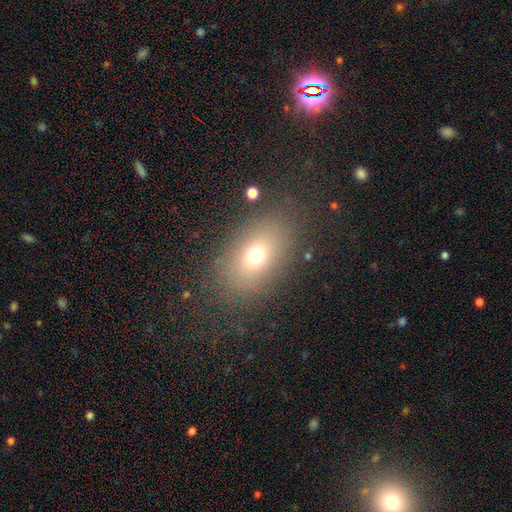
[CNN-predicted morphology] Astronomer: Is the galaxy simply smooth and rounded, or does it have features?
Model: smooth — 68%.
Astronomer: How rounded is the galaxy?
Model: in between — 78%.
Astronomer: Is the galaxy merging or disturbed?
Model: none — 81%.